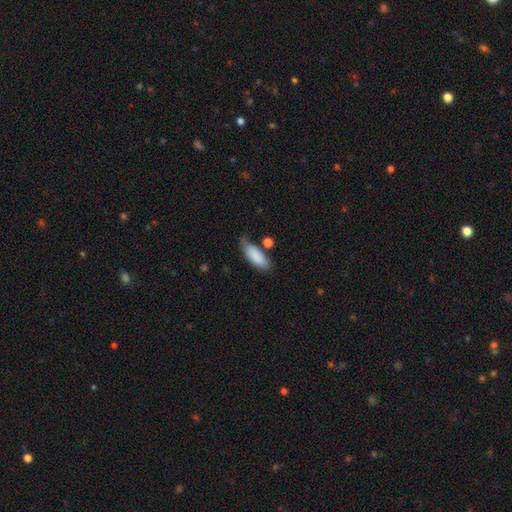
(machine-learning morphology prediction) The model was most divided on "merging": none: 58%, minor disturbance: 26%, merger: 9%, major disturbance: 7%. More confident: smooth or featured — smooth (86%); how rounded — in between (71%).